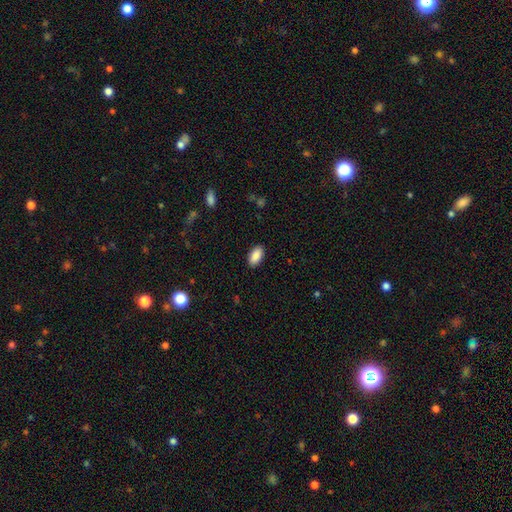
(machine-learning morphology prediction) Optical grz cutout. It shows a smooth galaxy with no disk features (90%) that is in between round and cigar-shaped (94%). Merging: none (89%).